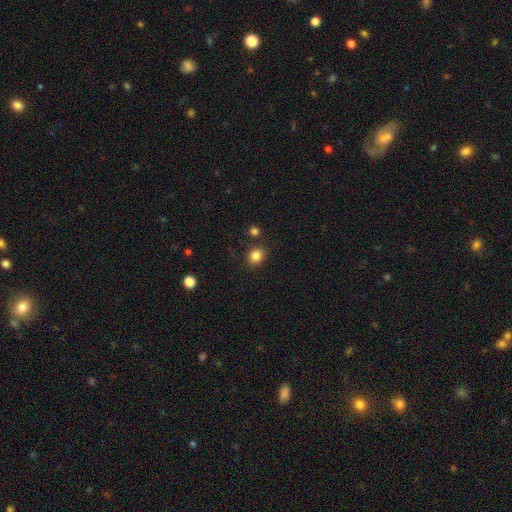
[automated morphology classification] This is clearly a smooth galaxy (84%). How rounded: likely round (70%). Merging: clearly none (84%).